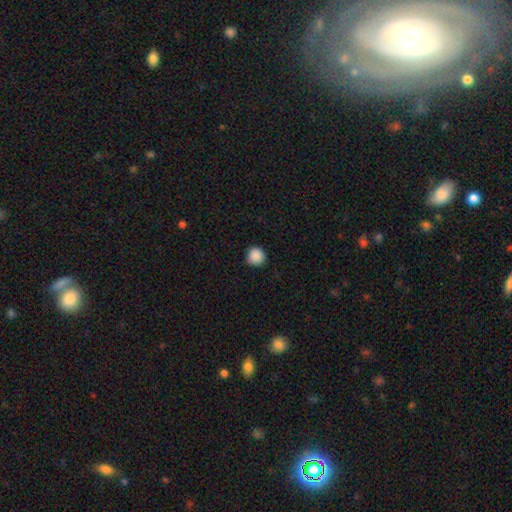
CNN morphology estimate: Smooth or featured? smooth (88%)
How rounded? round (94%)
Merging? none (86%)